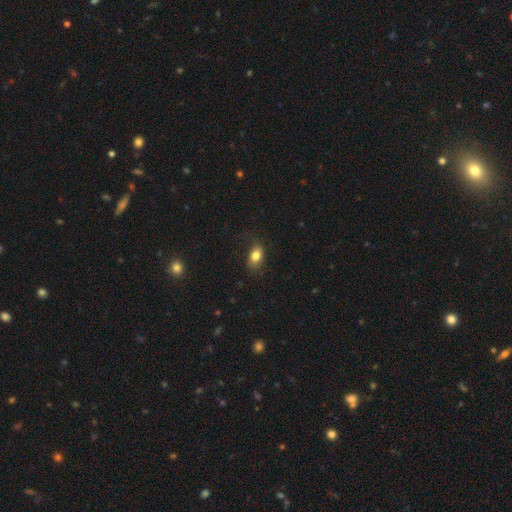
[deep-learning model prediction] Smooth or featured: smooth — 81% (featured or disk — 10%)
How rounded: in between — 85% (round — 13%)
Merging: none — 73% (minor disturbance — 19%)